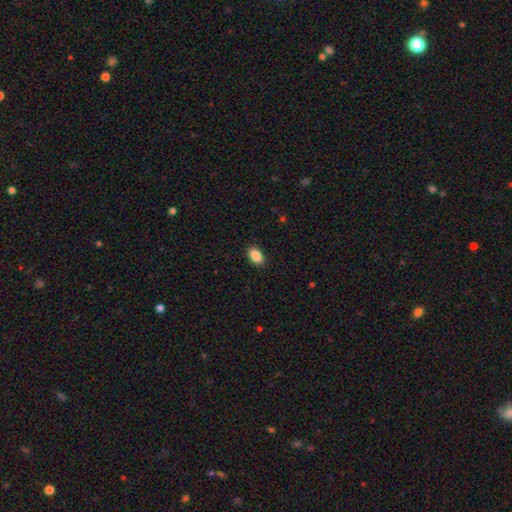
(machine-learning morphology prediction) A smooth galaxy with no disk features (89%) that is in between round and cigar-shaped (92%).

Vote fractions:
- Smooth or featured? smooth: 89% / star or artifact: 8% / featured or disk: 4%
- How rounded? in between: 92% / round: 6% / cigar-shaped: 2%
- Merging? none: 89% / minor disturbance: 8% / major disturbance: 2% / merger: 1%